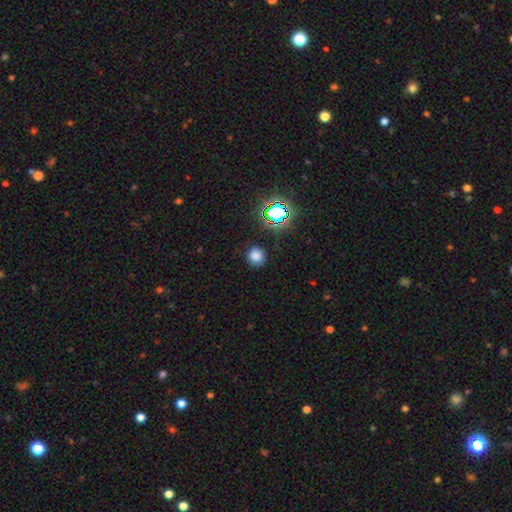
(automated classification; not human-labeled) Smooth or featured? smooth (75%)
How rounded? round (87%)
Merging? none (87%)